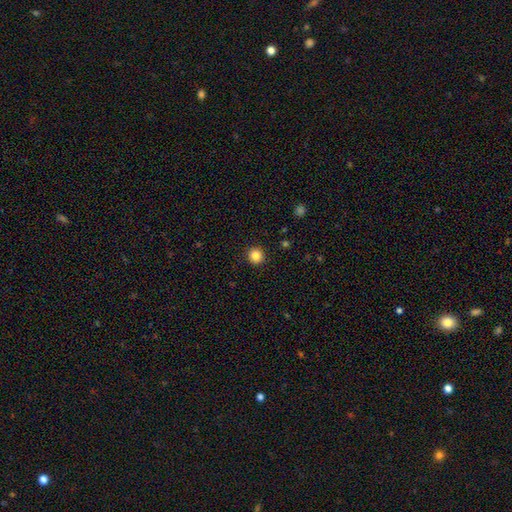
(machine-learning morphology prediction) smooth 86%, star or artifact 11%, featured or disk 3%. Down the decision tree: how rounded — round (94%); merging — none (92%).